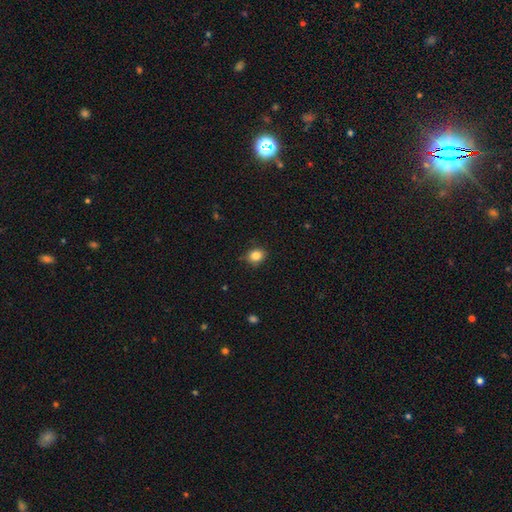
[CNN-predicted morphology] Smooth or featured?
  - smooth: 85% *
  - star or artifact: 10%
  - featured or disk: 5%
How rounded?
  - round: 64% *
  - in between: 35%
  - cigar-shaped: 1%
Merging?
  - none: 83% *
  - minor disturbance: 13%
  - major disturbance: 2%
  - merger: 1%